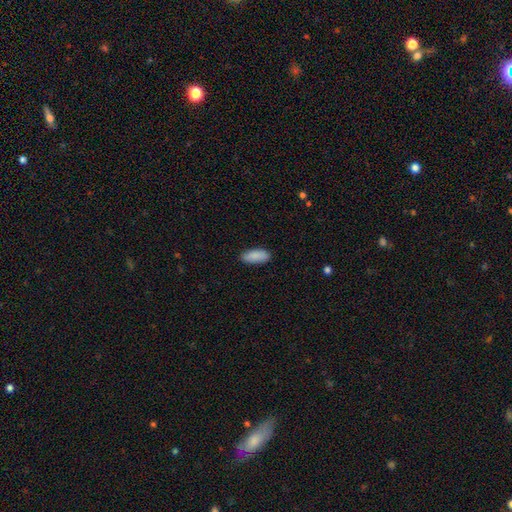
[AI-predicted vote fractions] Overall: smooth (89%). How rounded: in between (83%). Merging: none (87%).